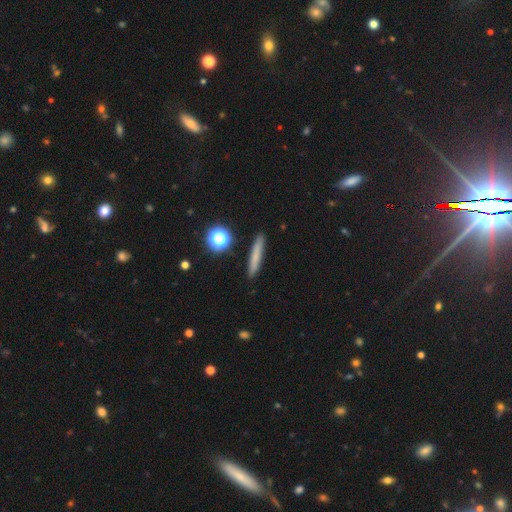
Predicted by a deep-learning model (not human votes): Overall: smooth (71%). How rounded: cigar-shaped (92%). Merging: none (90%).